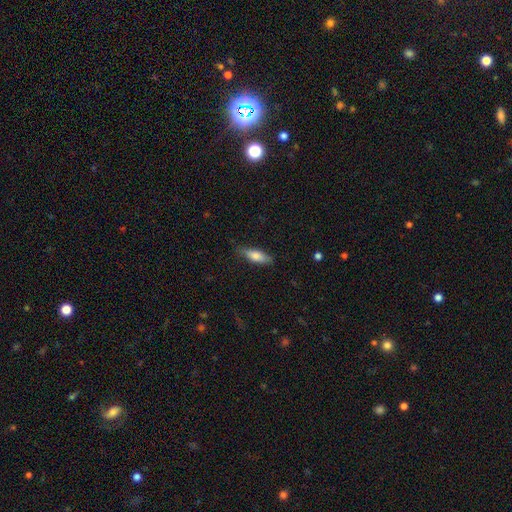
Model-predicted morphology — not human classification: smooth 70%, featured or disk 24%, star or artifact 6%. Down the decision tree: how rounded — in between (50%); merging — none (81%).